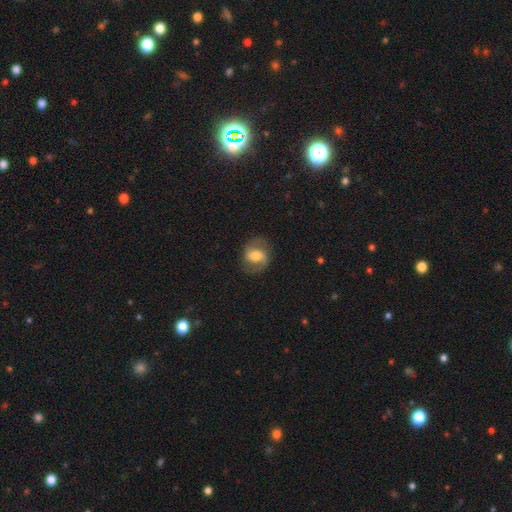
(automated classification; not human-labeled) Smooth or featured: featured or disk — 75% (smooth — 18%)
Edge-on disk: no — 97% (yes — 3%)
Bar: weak — 44% (no — 35%)
Spiral arms: yes — 93% (no — 7%)
Spiral winding: medium — 53% (loose — 27%)
Spiral arm count: 2 — 87% (1 — 5%)
Bulge size: moderate — 61% (small — 21%)
Merging: none — 76% (minor disturbance — 15%)